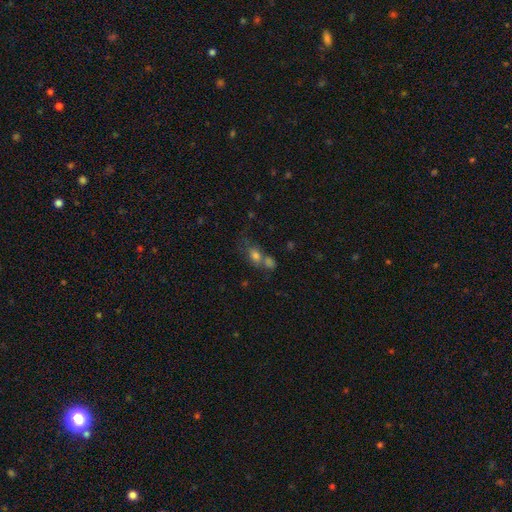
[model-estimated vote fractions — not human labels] This is likely a smooth galaxy (73%). How rounded: likely in between (66%). Merging: possibly merger (47%).